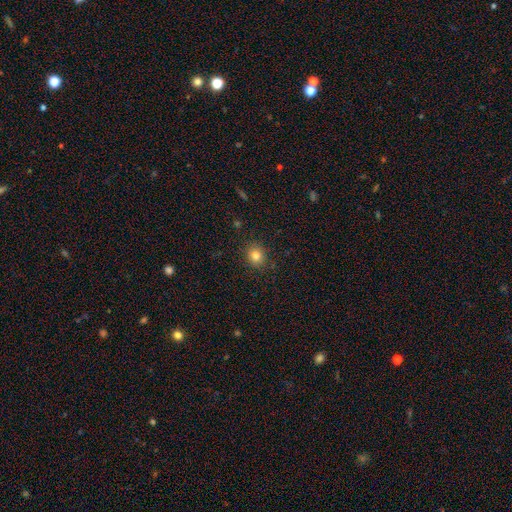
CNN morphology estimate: Smooth or featured? Predicted: smooth (p=0.82). How rounded? Predicted: round (p=0.80). Merging? Predicted: none (p=0.88).